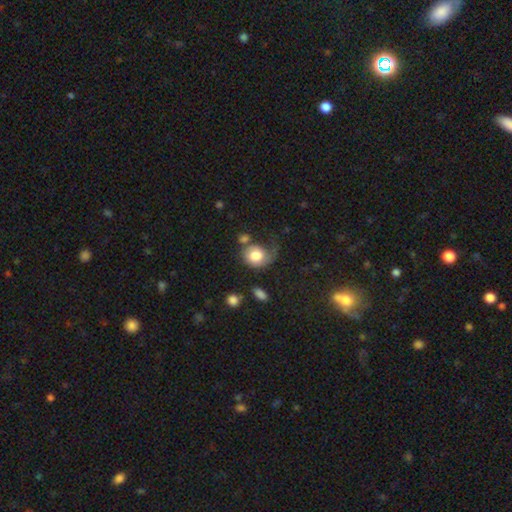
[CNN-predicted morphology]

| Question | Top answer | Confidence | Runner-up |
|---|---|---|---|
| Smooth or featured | smooth | 63% | featured or disk (29%) |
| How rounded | round | 61% | in between (38%) |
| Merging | none | 35% | major disturbance (31%) |